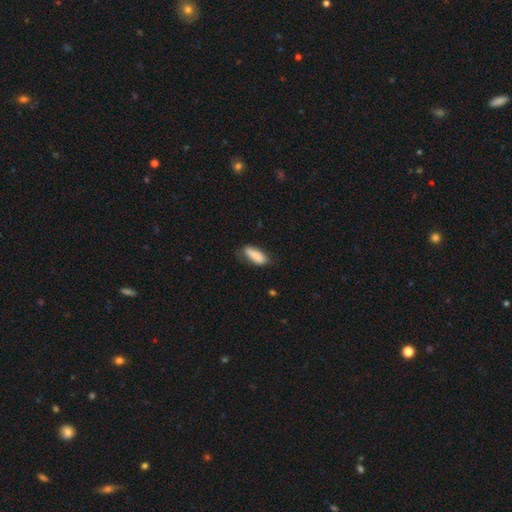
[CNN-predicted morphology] smooth_or_featured: smooth (p=0.83) [alt: featured or disk p=0.10]
how_rounded: in between (p=0.63) [alt: cigar-shaped p=0.35]
merging: none (p=0.66) [alt: minor disturbance p=0.26]